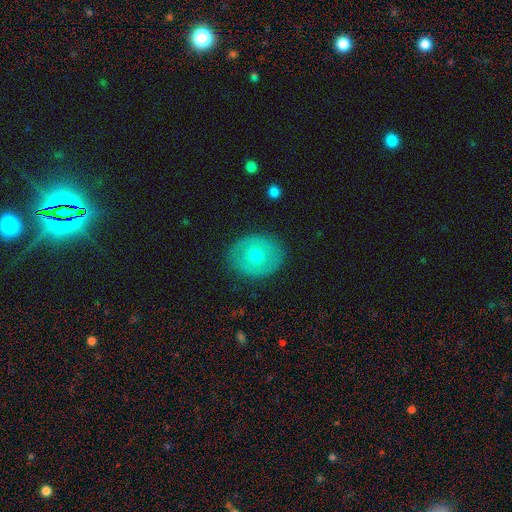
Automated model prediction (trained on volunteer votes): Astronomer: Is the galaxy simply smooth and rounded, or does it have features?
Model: smooth — 52% (runner-up: featured or disk, 41%).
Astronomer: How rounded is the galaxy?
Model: round — 56% (runner-up: in between, 43%).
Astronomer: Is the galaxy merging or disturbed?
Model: none — 86%.